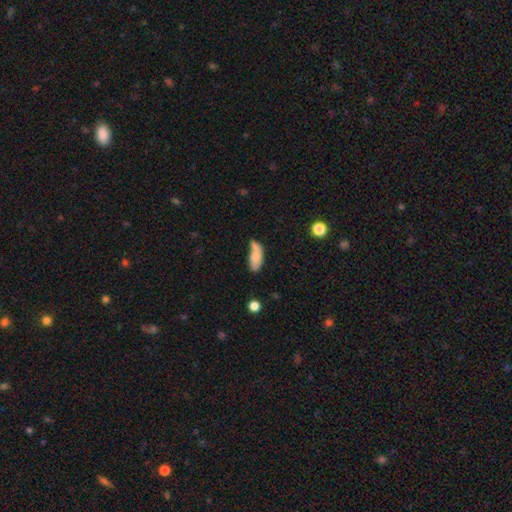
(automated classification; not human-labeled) smooth_or_featured: smooth (p=0.75) [alt: featured or disk p=0.17]
how_rounded: in between (p=0.82) [alt: cigar-shaped p=0.15]
merging: none (p=0.35) [alt: minor disturbance p=0.26]